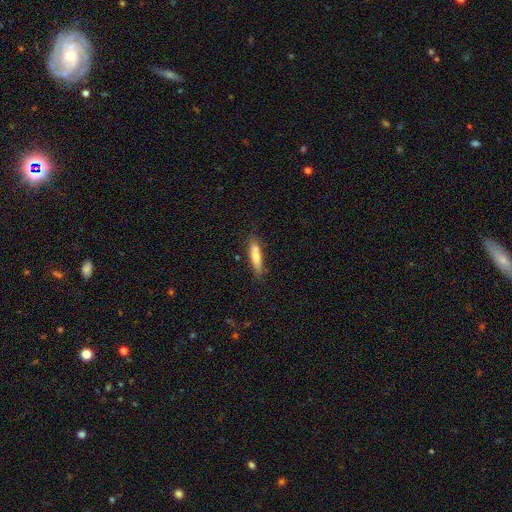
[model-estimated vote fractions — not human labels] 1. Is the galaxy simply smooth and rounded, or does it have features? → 72% smooth, 22% featured or disk, 6% star or artifact.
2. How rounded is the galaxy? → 71% cigar-shaped, 27% in between, 2% round.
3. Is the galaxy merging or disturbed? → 80% none, 15% minor disturbance, 3% major disturbance, 2% merger.